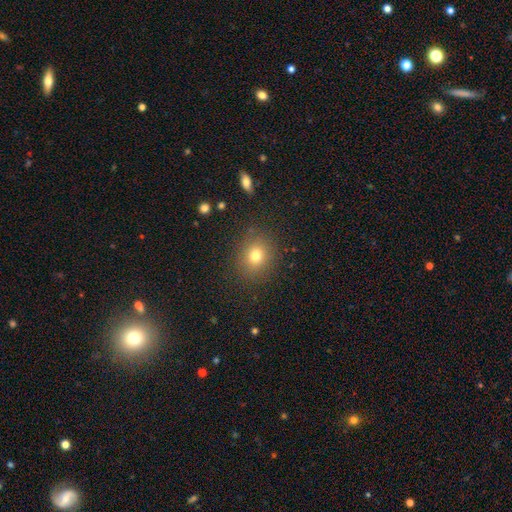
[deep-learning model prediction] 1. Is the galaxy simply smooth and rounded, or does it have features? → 77% smooth, 14% star or artifact, 9% featured or disk.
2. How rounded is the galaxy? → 73% round, 26% in between, 1% cigar-shaped.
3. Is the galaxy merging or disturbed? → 87% none, 9% minor disturbance, 3% major disturbance, 1% merger.